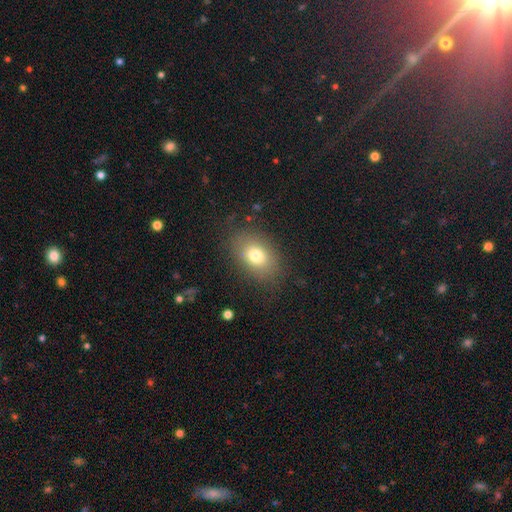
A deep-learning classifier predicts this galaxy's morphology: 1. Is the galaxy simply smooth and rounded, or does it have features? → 76% smooth, 13% featured or disk, 11% star or artifact.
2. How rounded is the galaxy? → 78% in between, 21% round, 1% cigar-shaped.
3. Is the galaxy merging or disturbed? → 81% none, 12% minor disturbance, 6% major disturbance, 1% merger.